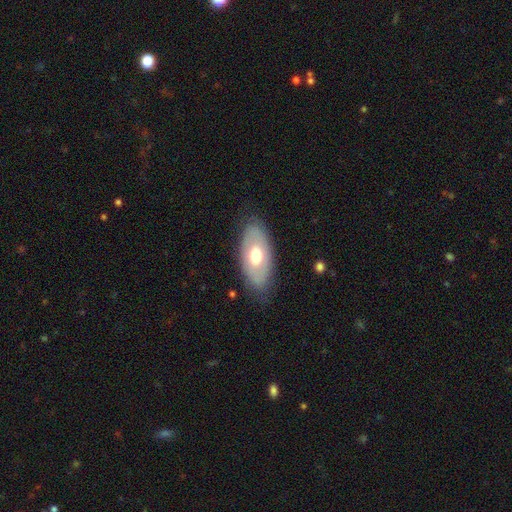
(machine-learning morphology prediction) The model was most divided on "smooth or featured": smooth: 56%, featured or disk: 38%, star or artifact: 6%. More confident: how rounded — in between (91%); merging — none (79%).